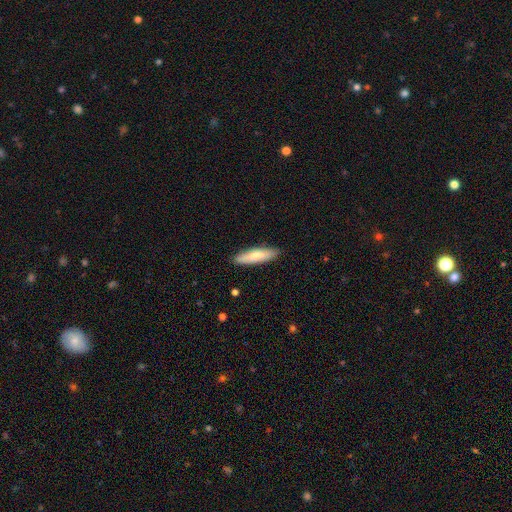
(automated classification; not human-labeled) Smooth or featured?
  - smooth: 75% *
  - featured or disk: 20%
  - star or artifact: 5%
How rounded?
  - cigar-shaped: 67% *
  - in between: 31%
  - round: 1%
Merging?
  - none: 88% *
  - minor disturbance: 9%
  - major disturbance: 2%
  - merger: 1%